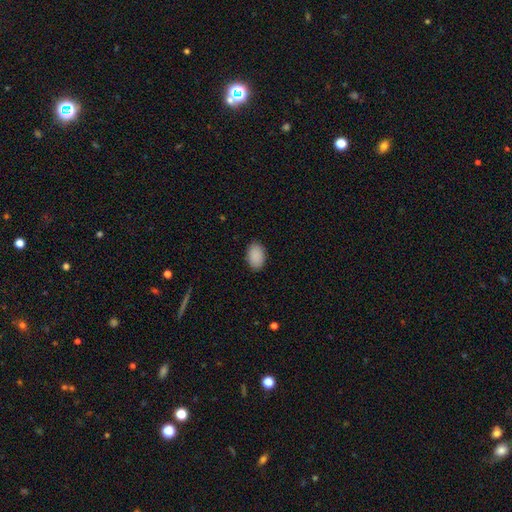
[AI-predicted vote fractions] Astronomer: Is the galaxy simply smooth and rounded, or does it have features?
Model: smooth — 90%.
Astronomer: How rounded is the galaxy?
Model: in between — 89%.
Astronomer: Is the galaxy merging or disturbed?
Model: none — 88%.